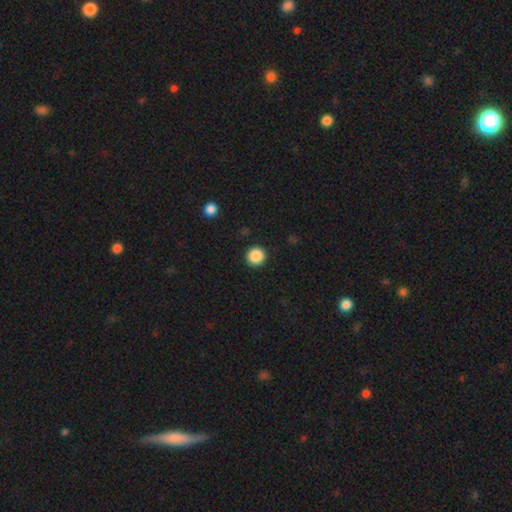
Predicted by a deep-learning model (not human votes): smooth_or_featured: smooth (p=0.88) [alt: star or artifact p=0.10]
how_rounded: round (p=0.96) [alt: in between p=0.04]
merging: none (p=0.93) [alt: minor disturbance p=0.04]